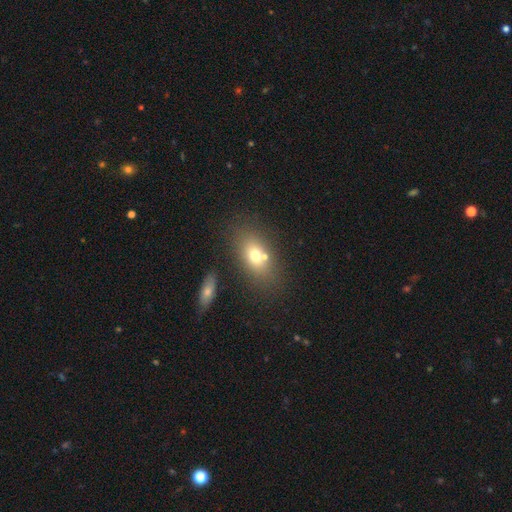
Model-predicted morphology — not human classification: Smooth or featured?
  - smooth: 69% *
  - featured or disk: 19%
  - star or artifact: 12%
How rounded?
  - in between: 79% *
  - round: 18%
  - cigar-shaped: 3%
Merging?
  - none: 62% *
  - merger: 21%
  - minor disturbance: 12%
  - major disturbance: 5%